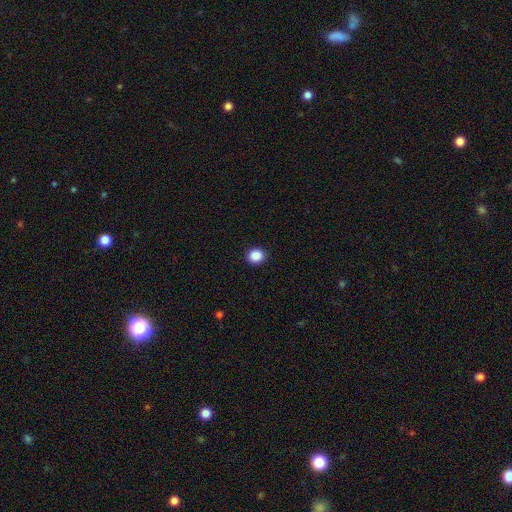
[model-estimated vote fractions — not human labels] smooth_or_featured: smooth (p=0.89) [alt: star or artifact p=0.09]
how_rounded: round (p=0.82) [alt: in between p=0.17]
merging: none (p=0.92) [alt: minor disturbance p=0.05]